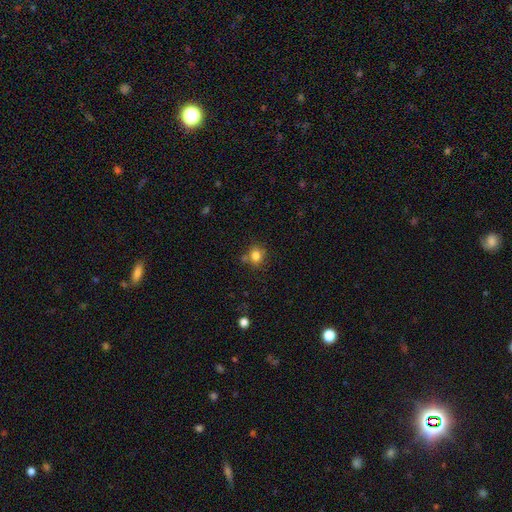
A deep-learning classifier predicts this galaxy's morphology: The model was most divided on "how rounded": round: 67%, in between: 32%, cigar-shaped: 1%. More confident: smooth or featured — smooth (81%); merging — none (66%).